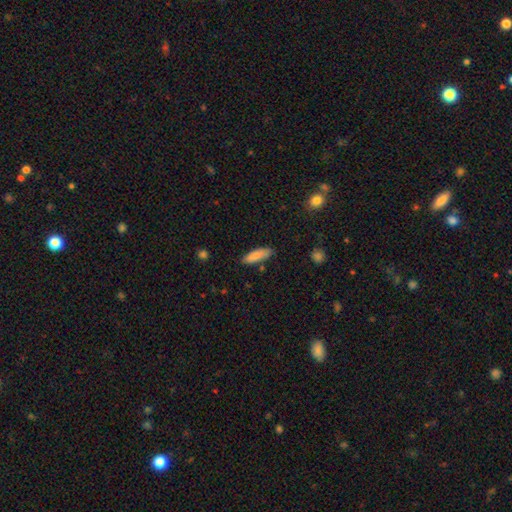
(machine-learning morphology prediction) The model was most divided on "how rounded": in between: 52%, cigar-shaped: 46%, round: 2%. More confident: smooth or featured — smooth (82%); merging — none (80%).